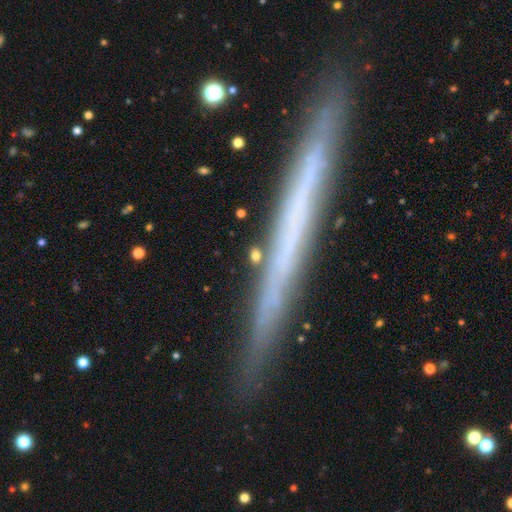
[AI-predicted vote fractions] Smooth or featured? Predicted: smooth (p=0.53). How rounded? Predicted: cigar-shaped (p=0.39). Merging? Predicted: none (p=0.84).